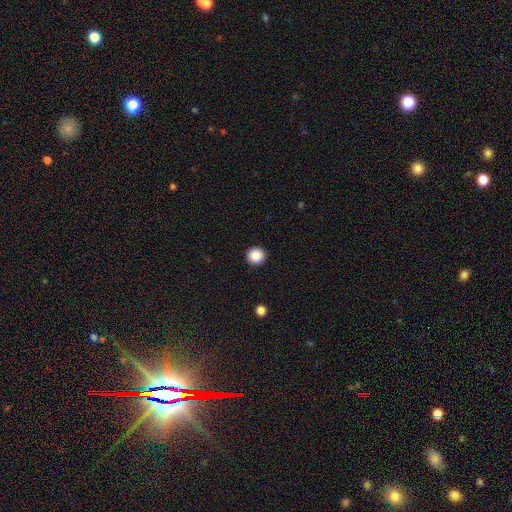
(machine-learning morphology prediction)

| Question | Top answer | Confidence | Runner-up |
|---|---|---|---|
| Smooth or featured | smooth | 88% | star or artifact (9%) |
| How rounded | round | 95% | in between (4%) |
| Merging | none | 93% | minor disturbance (4%) |